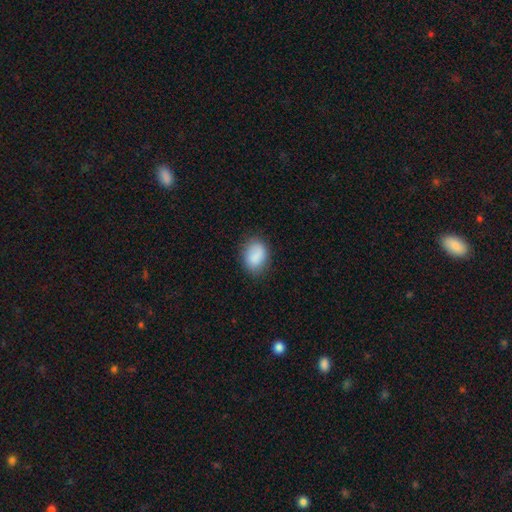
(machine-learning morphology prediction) Smooth or featured? Predicted: smooth (p=0.86). How rounded? Predicted: in between (p=0.72). Merging? Predicted: none (p=0.77).